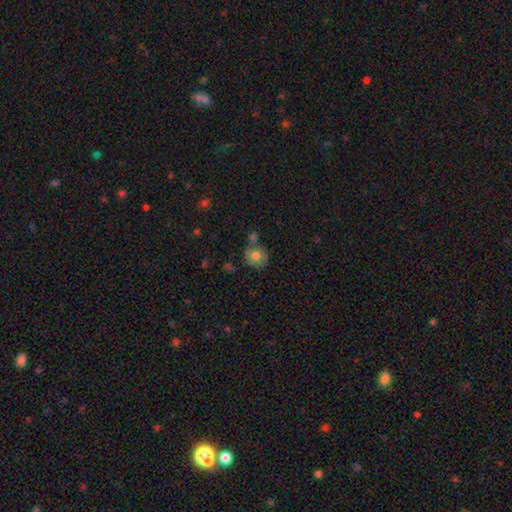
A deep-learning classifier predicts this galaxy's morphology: Overall: smooth (77%). How rounded: round (85%). Merging: none (64%).